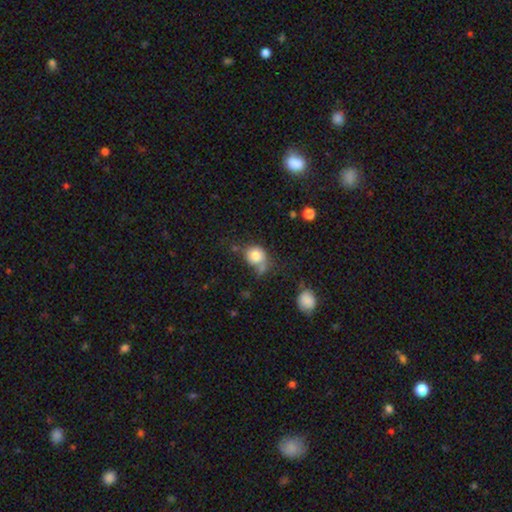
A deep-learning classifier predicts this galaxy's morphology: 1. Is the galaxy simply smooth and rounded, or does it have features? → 79% smooth, 10% star or artifact, 10% featured or disk.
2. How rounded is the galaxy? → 75% round, 24% in between, 1% cigar-shaped.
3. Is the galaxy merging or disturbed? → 51% none, 21% minor disturbance, 19% merger, 9% major disturbance.